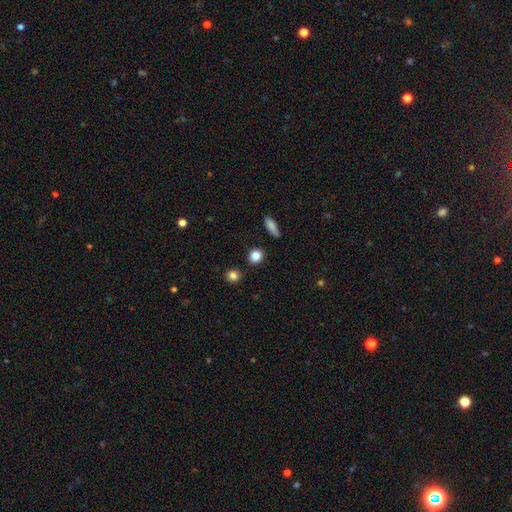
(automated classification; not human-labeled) Morphology: type=smooth (86%); roundness=round (78%); merging=none (87%).